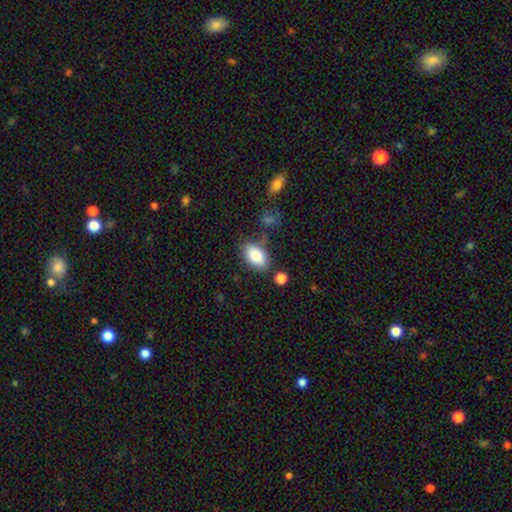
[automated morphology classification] Smooth or featured? smooth (80%)
How rounded? in between (91%)
Merging? none (75%)